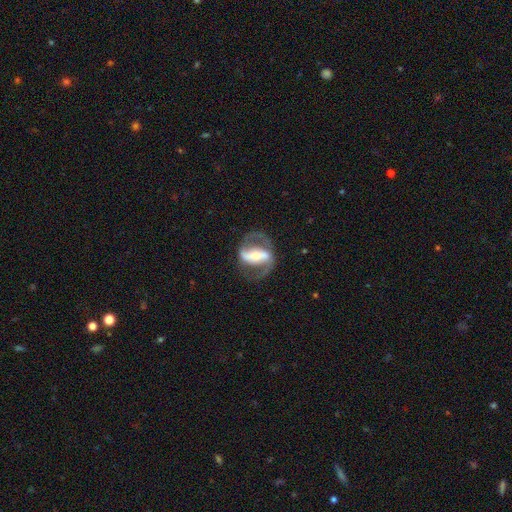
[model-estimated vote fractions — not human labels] This appears to be a featured or disk galaxy (84%) with a strong bar (70%), 2 (90%) medium (52%) spiral arms (88%) and a moderate central bulge (40%). Merging: none (72%).